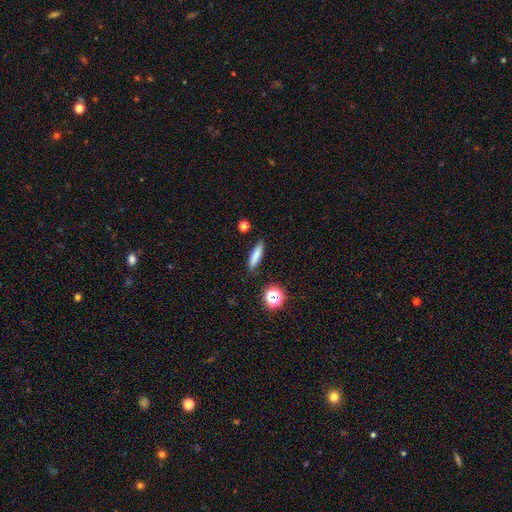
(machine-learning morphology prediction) A smooth galaxy with no disk features (77%) that is cigar-shaped (73%). Merging: none (85%).